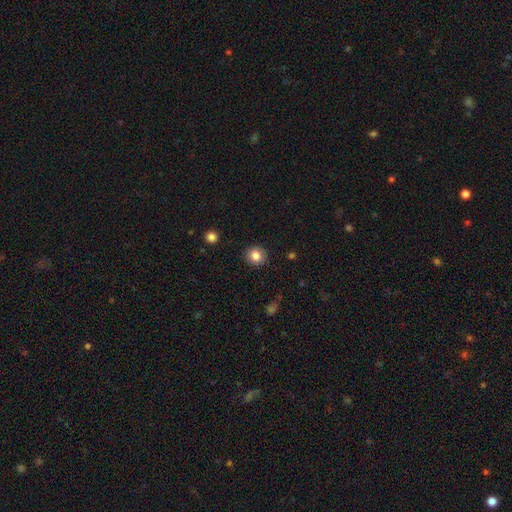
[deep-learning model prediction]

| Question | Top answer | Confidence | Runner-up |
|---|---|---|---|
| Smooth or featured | smooth | 83% | star or artifact (10%) |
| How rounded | round | 85% | in between (14%) |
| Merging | none | 90% | minor disturbance (7%) |